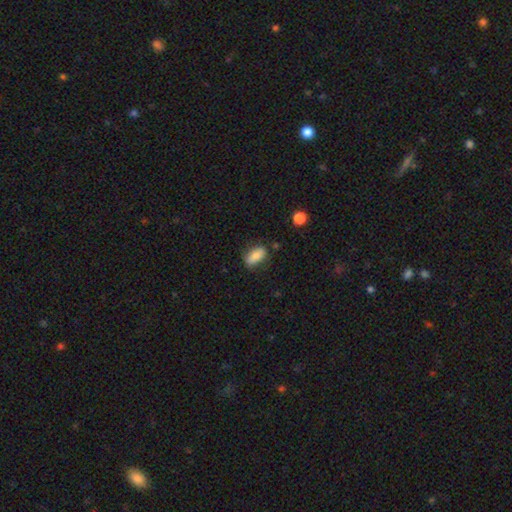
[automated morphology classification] Smooth or featured?
  - smooth: 80% *
  - featured or disk: 13%
  - star or artifact: 8%
How rounded?
  - in between: 85% *
  - cigar-shaped: 10%
  - round: 5%
Merging?
  - none: 71% *
  - minor disturbance: 21%
  - major disturbance: 5%
  - merger: 3%